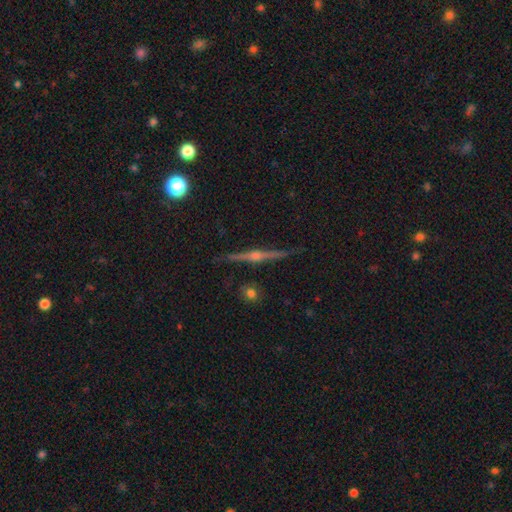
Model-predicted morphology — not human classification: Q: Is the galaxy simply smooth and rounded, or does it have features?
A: featured or disk — 85%.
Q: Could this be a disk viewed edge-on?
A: yes — 98%.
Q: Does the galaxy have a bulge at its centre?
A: rounded — 91%.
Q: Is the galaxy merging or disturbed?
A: none — 91%.